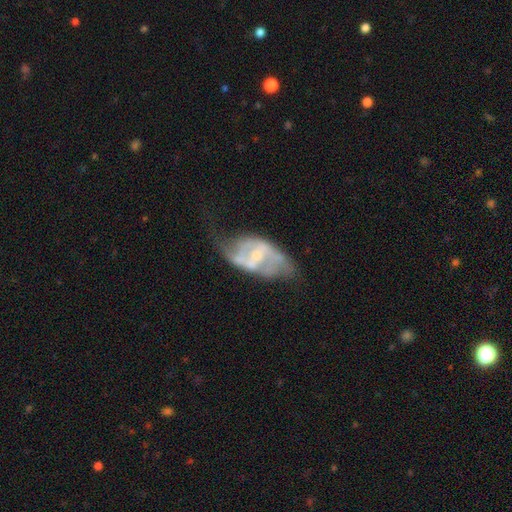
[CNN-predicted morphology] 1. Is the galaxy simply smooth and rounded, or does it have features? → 79% featured or disk, 14% smooth, 7% star or artifact.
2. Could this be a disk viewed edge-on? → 95% no, 5% yes.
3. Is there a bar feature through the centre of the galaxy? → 45% weak, 34% no, 22% strong.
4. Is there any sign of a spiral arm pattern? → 75% yes, 25% no.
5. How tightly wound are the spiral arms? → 44% loose, 40% medium, 16% tight.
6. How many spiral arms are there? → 72% 2, 17% can't tell, 4% 1, 4% 3, 1% 4, 1% more than 4.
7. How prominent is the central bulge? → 56% small, 36% moderate, 5% none, 2% large, 1% dominant.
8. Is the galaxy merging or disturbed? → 39% none, 29% major disturbance, 26% minor disturbance, 6% merger.